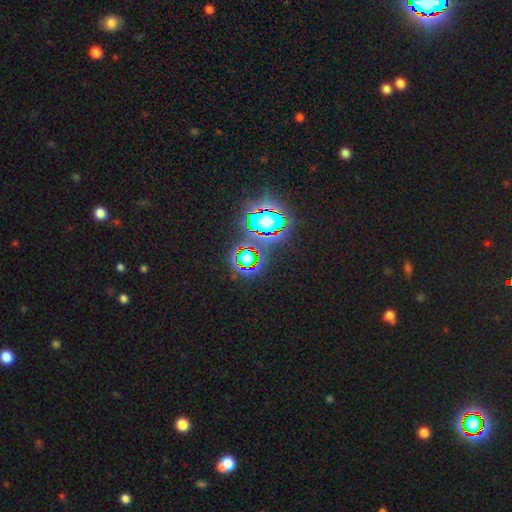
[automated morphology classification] This appears to be a star or artifact, not a galaxy (75%).